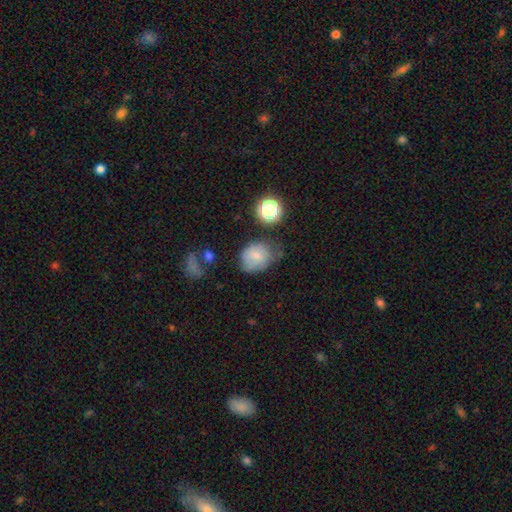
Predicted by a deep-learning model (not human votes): Smooth or featured: smooth — 72% (featured or disk — 16%)
How rounded: round — 53% (in between — 46%)
Merging: none — 46% (minor disturbance — 34%)